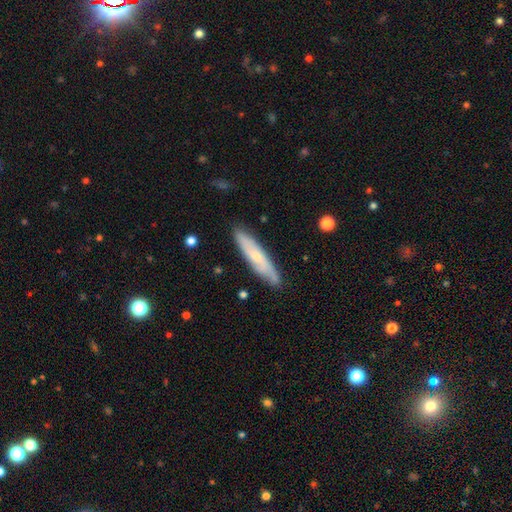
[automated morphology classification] Smooth or featured? smooth (48%)
Merging? none (84%)